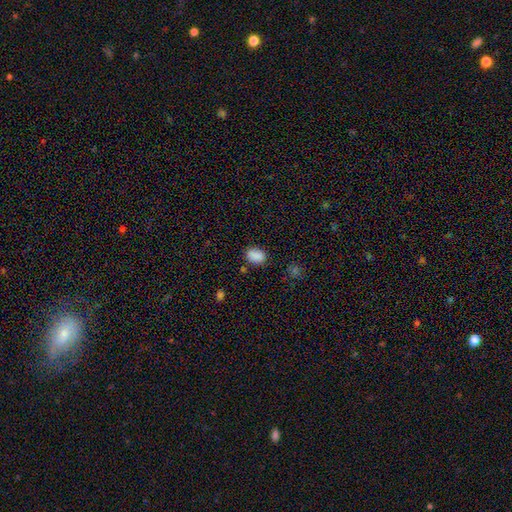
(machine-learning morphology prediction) A smooth galaxy with no disk features (87%) that is in between round and cigar-shaped (78%). Merging: none (81%).